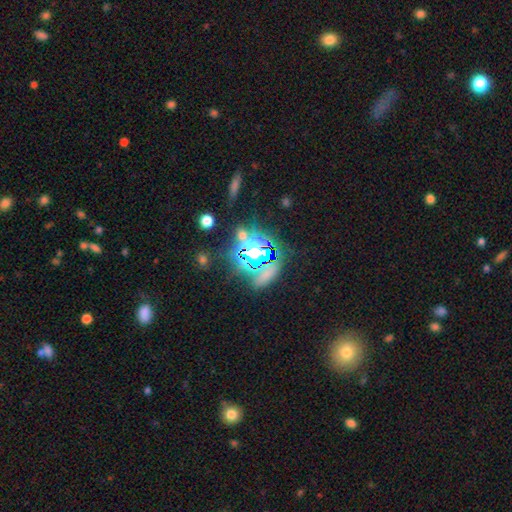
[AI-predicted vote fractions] star or artifact 77%, smooth 13%, featured or disk 11%.